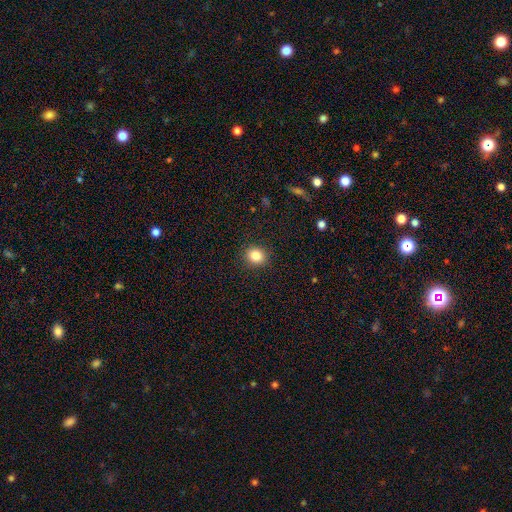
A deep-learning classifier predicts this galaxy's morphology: A smooth galaxy with no disk features (83%) that is round (80%). Merging: none (90%).